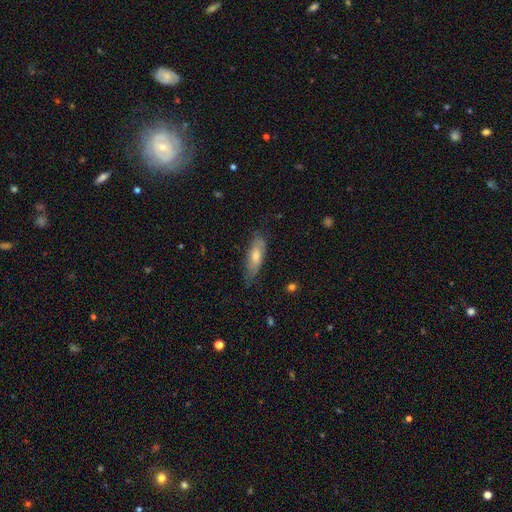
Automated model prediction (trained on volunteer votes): Morphology: type=smooth (52%); roundness=in between (55%); merging=none (72%).